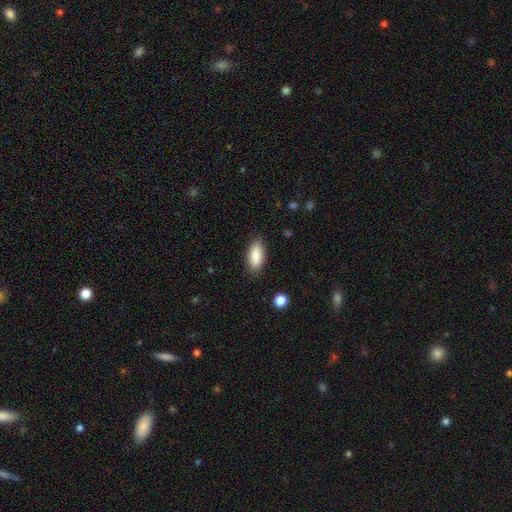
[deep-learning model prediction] Smooth or featured? smooth (88%)
How rounded? in between (88%)
Merging? none (85%)